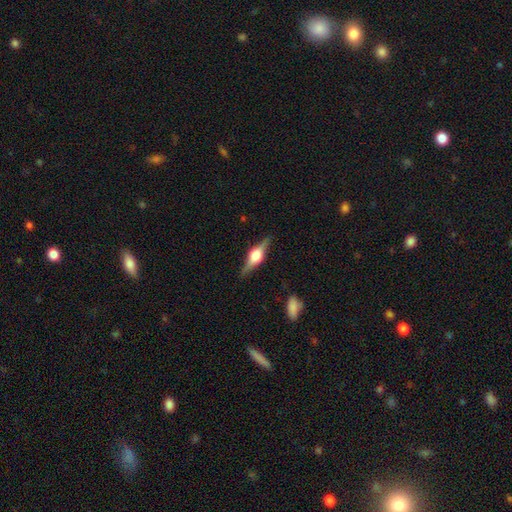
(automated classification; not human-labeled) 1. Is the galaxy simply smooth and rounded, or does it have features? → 79% featured or disk, 15% smooth, 6% star or artifact.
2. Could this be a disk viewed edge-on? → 97% yes, 3% no.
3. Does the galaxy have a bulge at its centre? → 91% rounded, 7% boxy, 1% none.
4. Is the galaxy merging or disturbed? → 87% none, 9% minor disturbance, 2% major disturbance, 1% merger.